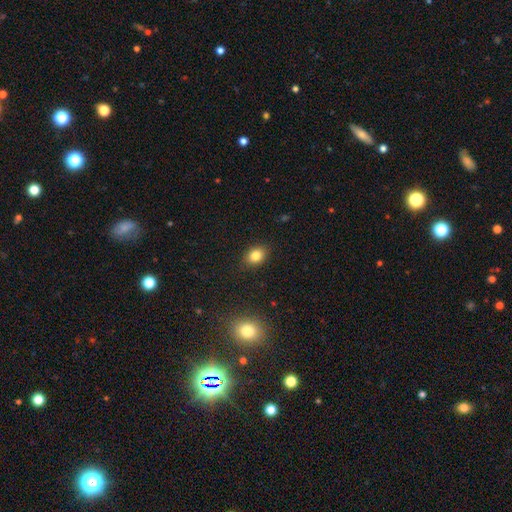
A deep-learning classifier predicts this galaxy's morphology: Smooth or featured? Predicted: smooth (p=0.82). How rounded? Predicted: in between (p=0.67). Merging? Predicted: none (p=0.88).